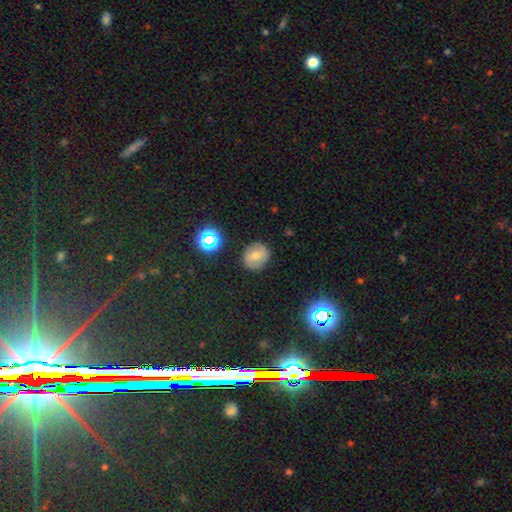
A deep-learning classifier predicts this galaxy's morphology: Overall: smooth (57%; featured or disk 30%). How rounded: round (81%). Merging: none (85%).